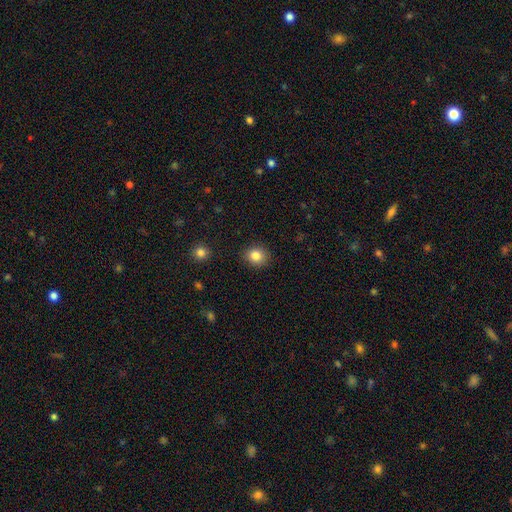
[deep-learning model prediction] Smooth or featured: smooth — 84% (star or artifact — 10%)
How rounded: round — 79% (in between — 20%)
Merging: none — 90% (minor disturbance — 7%)